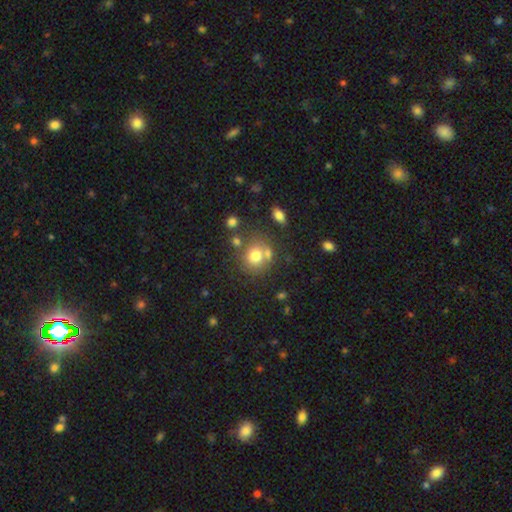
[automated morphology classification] Q: Smooth or featured?
A: smooth (73%); runner-up: featured or disk (14%)
Q: How rounded?
A: round (78%); runner-up: in between (21%)
Q: Merging?
A: none (59%); runner-up: merger (22%)